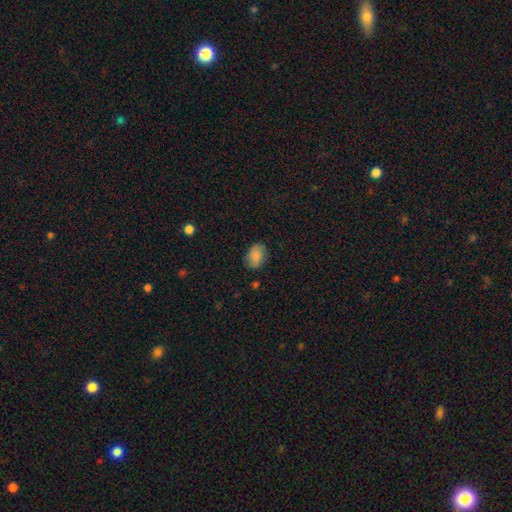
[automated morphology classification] Q: Smooth or featured?
A: smooth (80%); runner-up: featured or disk (11%)
Q: How rounded?
A: in between (77%); runner-up: round (21%)
Q: Merging?
A: none (73%); runner-up: minor disturbance (20%)